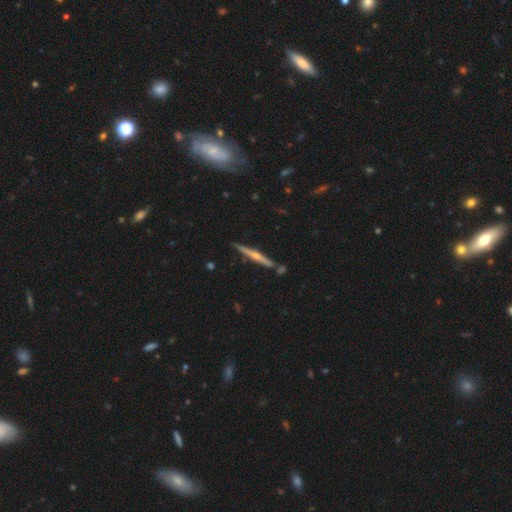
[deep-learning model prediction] Smooth or featured?
  - featured or disk: 68% *
  - smooth: 26%
  - star or artifact: 6%
Edge-on disk?
  - yes: 98% *
  - no: 2%
Edge-on bulge?
  - rounded: 74% *
  - none: 19%
  - boxy: 6%
Merging?
  - none: 82% *
  - minor disturbance: 10%
  - merger: 6%
  - major disturbance: 2%